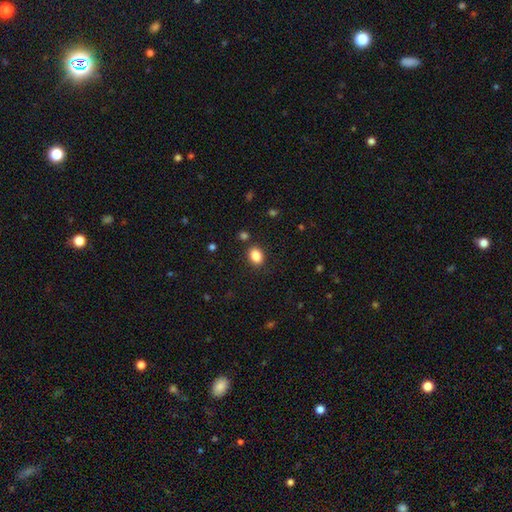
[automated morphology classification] smooth-or-featured: smooth: 86% | star or artifact: 9% | featured or disk: 4%
  how-rounded: in between: 67% | round: 32% | cigar-shaped: 1%
  merging: none: 86% | minor disturbance: 9% | merger: 3% | major disturbance: 3%